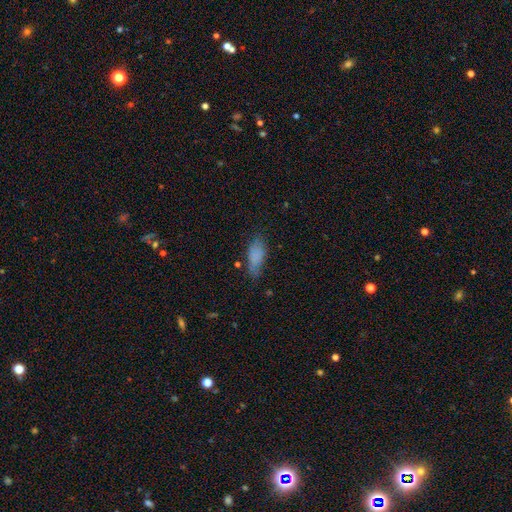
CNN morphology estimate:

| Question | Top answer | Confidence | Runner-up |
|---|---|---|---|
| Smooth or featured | smooth | 82% | featured or disk (9%) |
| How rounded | in between | 80% | cigar-shaped (17%) |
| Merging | none | 65% | minor disturbance (25%) |